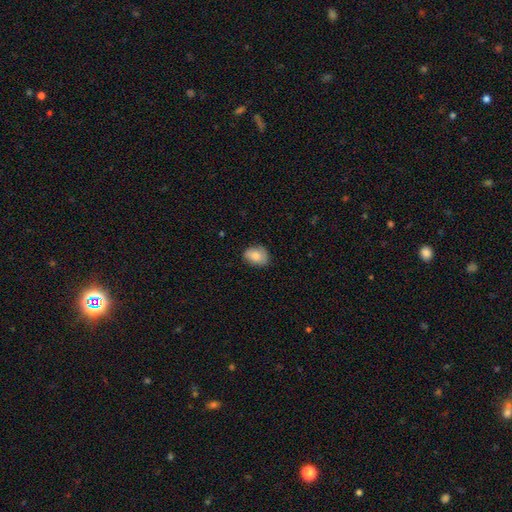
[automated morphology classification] Smooth or featured: smooth — 81% (featured or disk — 12%)
How rounded: in between — 74% (round — 25%)
Merging: none — 73% (minor disturbance — 22%)